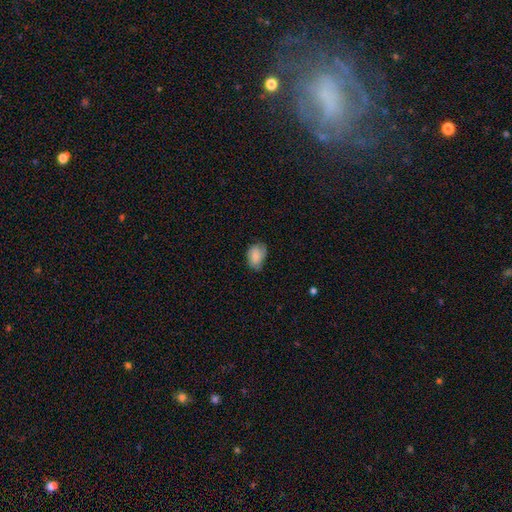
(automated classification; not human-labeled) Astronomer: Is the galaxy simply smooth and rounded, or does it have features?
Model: smooth — 81%.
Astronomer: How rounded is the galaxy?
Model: in between — 82%.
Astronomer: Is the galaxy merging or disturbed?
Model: none — 55% (runner-up: minor disturbance, 34%).